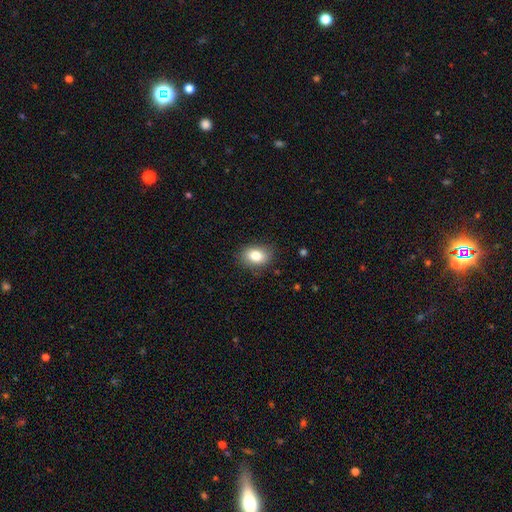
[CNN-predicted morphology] smooth 80%, featured or disk 11%, star or artifact 9%. Down the decision tree: how rounded — in between (72%); merging — none (83%).